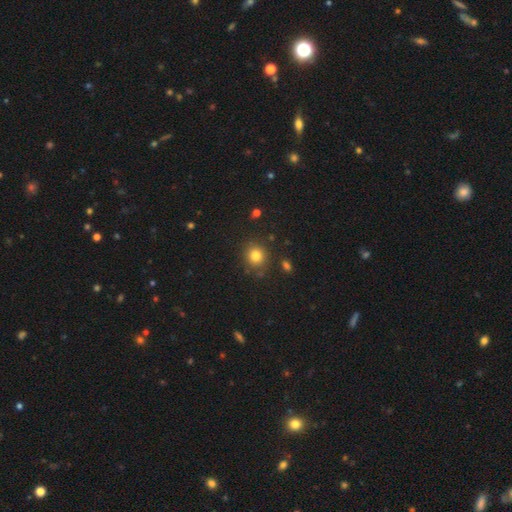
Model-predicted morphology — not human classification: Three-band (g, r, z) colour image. It shows a smooth galaxy with no disk features (82%) that is round (84%). Merging: none (83%).